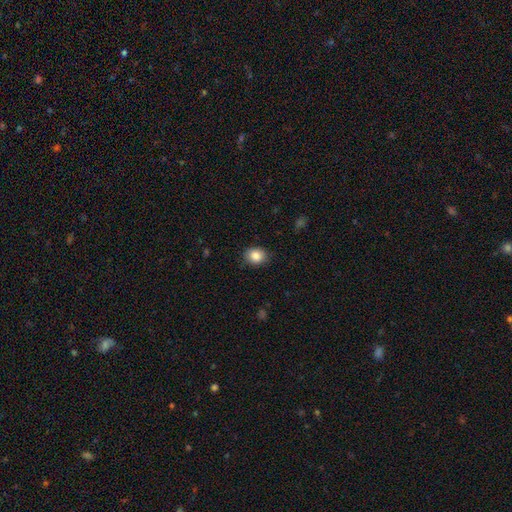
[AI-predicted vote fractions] Smooth or featured? Predicted: smooth (p=0.85). How rounded? Predicted: round (p=0.56). Merging? Predicted: none (p=0.85).